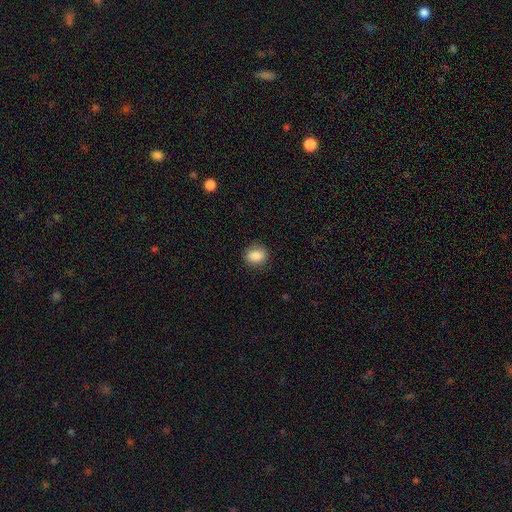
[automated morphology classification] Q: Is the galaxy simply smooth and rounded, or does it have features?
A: smooth — 87%.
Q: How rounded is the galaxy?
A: round — 55%.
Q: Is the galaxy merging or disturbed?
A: none — 86%.